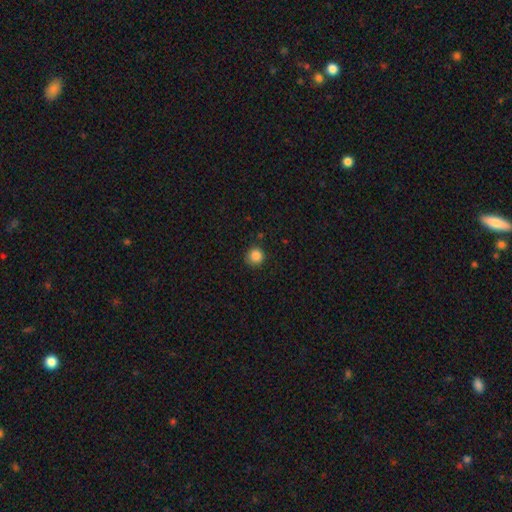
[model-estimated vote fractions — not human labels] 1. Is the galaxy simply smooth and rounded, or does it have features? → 85% smooth, 11% star or artifact, 4% featured or disk.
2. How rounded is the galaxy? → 93% round, 6% in between, 1% cigar-shaped.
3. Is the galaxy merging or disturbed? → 87% none, 10% minor disturbance, 2% major disturbance, 1% merger.